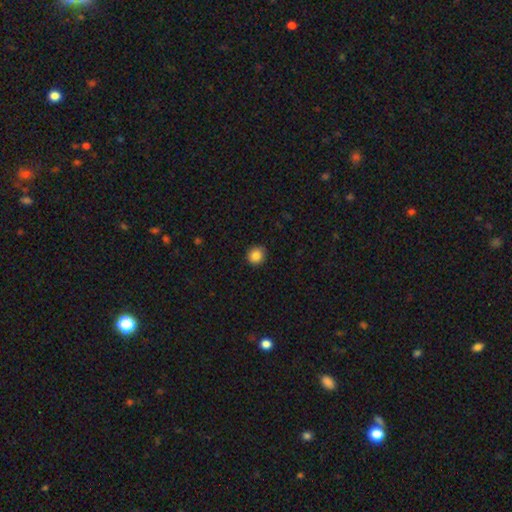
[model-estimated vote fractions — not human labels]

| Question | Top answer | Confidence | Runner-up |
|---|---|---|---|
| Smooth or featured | smooth | 87% | star or artifact (10%) |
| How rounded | round | 90% | in between (9%) |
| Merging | none | 89% | minor disturbance (8%) |